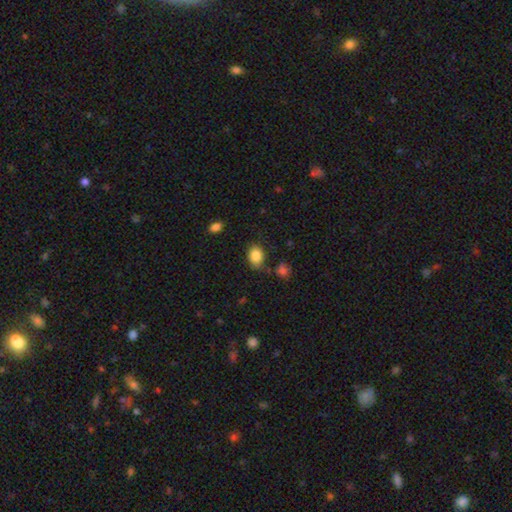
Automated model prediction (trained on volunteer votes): Smooth or featured? Predicted: smooth (p=0.85). How rounded? Predicted: in between (p=0.69). Merging? Predicted: none (p=0.74).